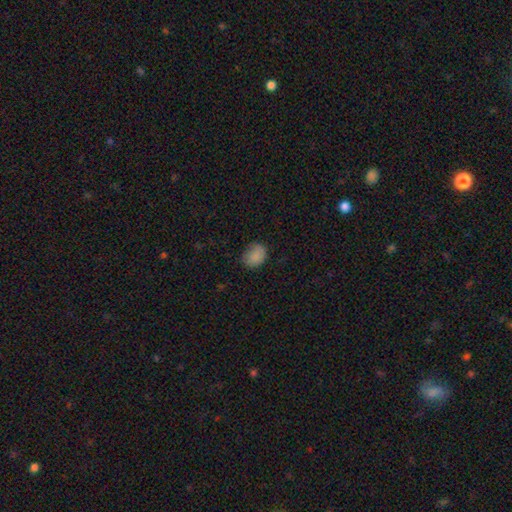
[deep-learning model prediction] Overall: smooth (84%). How rounded: in between (56%; round 43%). Merging: none (66%).